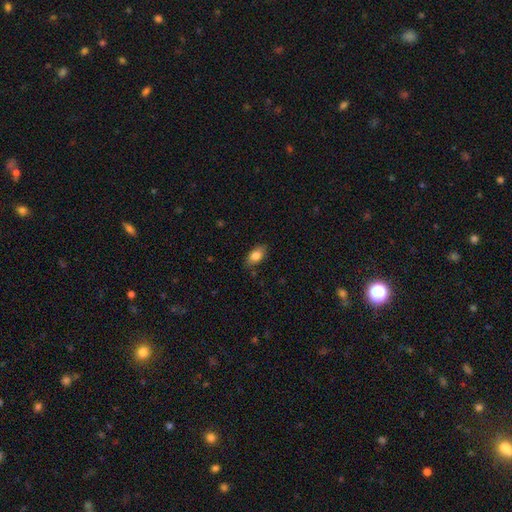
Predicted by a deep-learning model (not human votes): smooth 83%, featured or disk 9%, star or artifact 8%. Down the decision tree: how rounded — in between (89%); merging — none (81%).